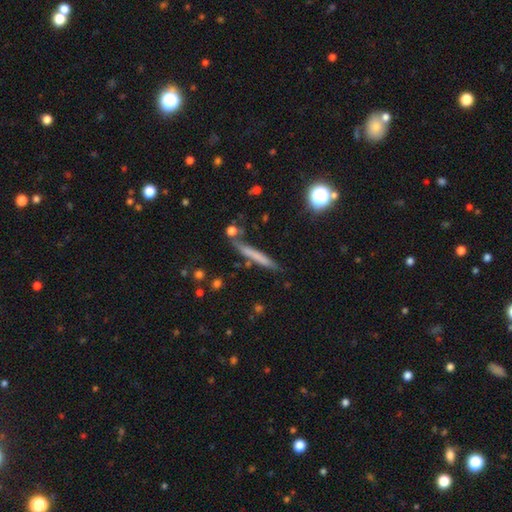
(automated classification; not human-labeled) This appears to be a smooth galaxy with no disk features (56%) that is cigar-shaped (93%). Merging: none (73%).